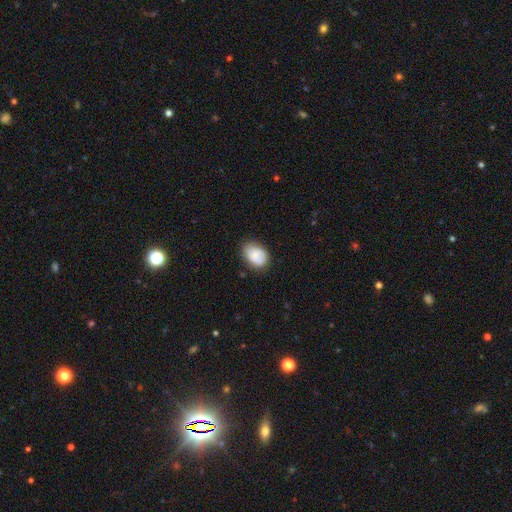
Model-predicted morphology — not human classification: A smooth galaxy with no disk features (80%) that is in between round and cigar-shaped (76%). Merging: none (70%).